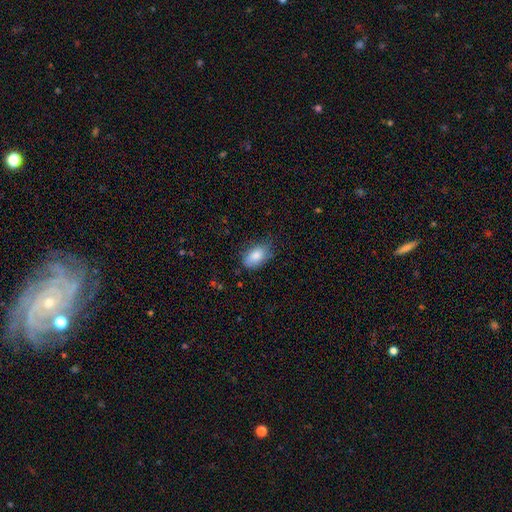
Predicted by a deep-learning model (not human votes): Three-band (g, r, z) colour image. It shows a smooth galaxy with no disk features (84%) that is in between round and cigar-shaped (91%). Merging: none (67%).